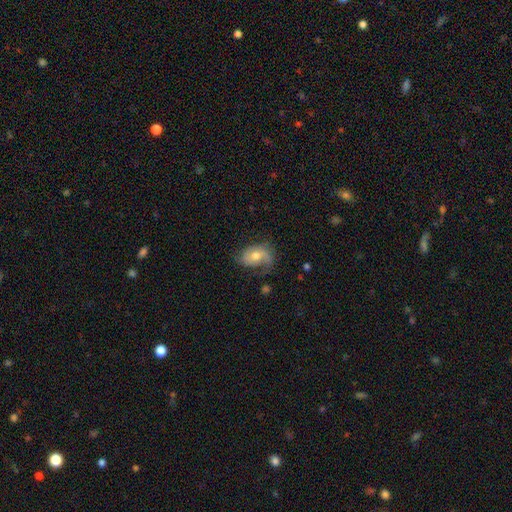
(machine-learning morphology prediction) A featured or disk galaxy (62%) with no bar (67%), 2 (44%) loose (41%) spiral arms (86%) and a moderate central bulge (66%).

Vote fractions:
- Smooth or featured? featured or disk: 62% / smooth: 30% / star or artifact: 8%
- Edge-on disk? no: 96% / yes: 4%
- Bar? no: 67% / weak: 26% / strong: 7%
- Spiral arms? yes: 86% / no: 14%
- Spiral winding? loose: 41% / medium: 38% / tight: 21%
- Spiral arm count? 2: 44% / 1: 42% / can't tell: 10% / 3: 2% / 4: 1% / more than 4: 1%
- Bulge size? moderate: 66% / small: 25% / large: 6% / none: 2% / dominant: 1%
- Merging? none: 52% / minor disturbance: 26% / major disturbance: 20% / merger: 2%